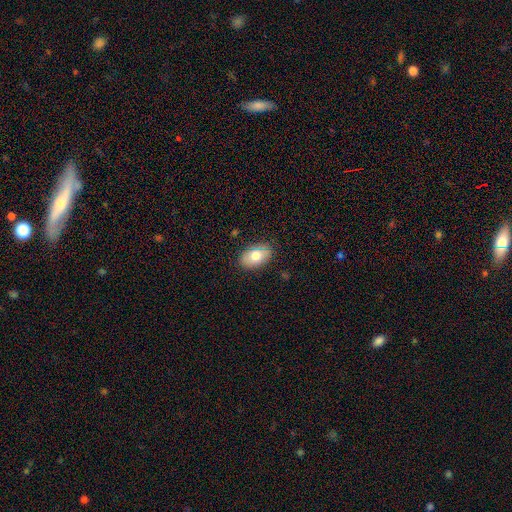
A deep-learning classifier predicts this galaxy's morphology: smooth_or_featured: smooth (p=0.75) [alt: featured or disk p=0.17]
how_rounded: in between (p=0.90) [alt: round p=0.09]
merging: none (p=0.82) [alt: minor disturbance p=0.14]